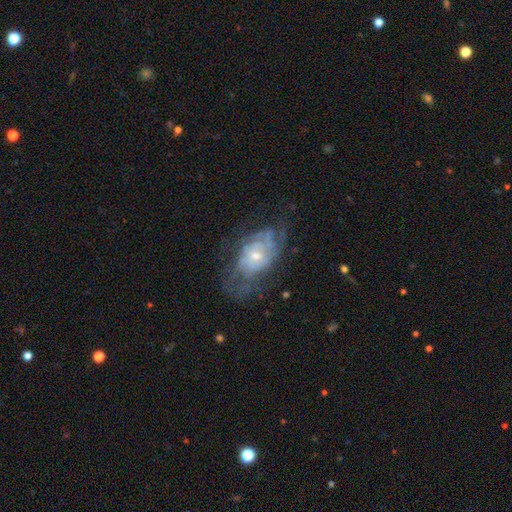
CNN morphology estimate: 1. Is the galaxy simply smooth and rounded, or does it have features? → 71% featured or disk, 18% smooth, 11% star or artifact.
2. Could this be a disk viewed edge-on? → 93% no, 7% yes.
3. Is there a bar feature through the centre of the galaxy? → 77% no, 19% weak, 4% strong.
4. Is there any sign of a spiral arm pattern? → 77% yes, 23% no.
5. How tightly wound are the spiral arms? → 55% tight, 32% medium, 13% loose.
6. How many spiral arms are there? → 54% can't tell, 23% 2, 10% 3, 5% 4, 5% 1, 4% more than 4.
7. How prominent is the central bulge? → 57% small, 37% moderate, 3% large, 2% none, 1% dominant.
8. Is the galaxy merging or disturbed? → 61% none, 22% minor disturbance, 15% major disturbance, 2% merger.